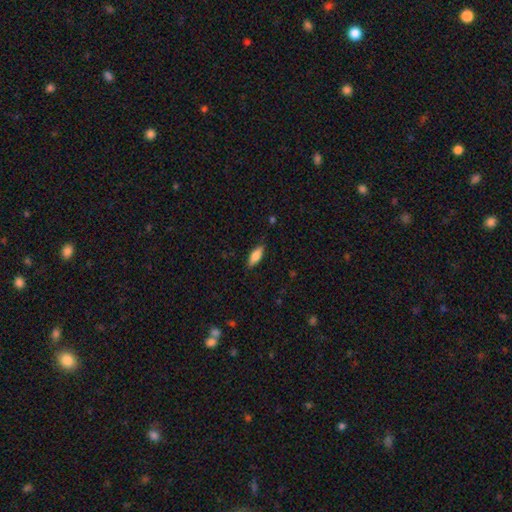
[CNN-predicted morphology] Q: Smooth or featured?
A: smooth (77%); runner-up: featured or disk (17%)
Q: How rounded?
A: in between (67%); runner-up: cigar-shaped (31%)
Q: Merging?
A: none (85%); runner-up: minor disturbance (12%)